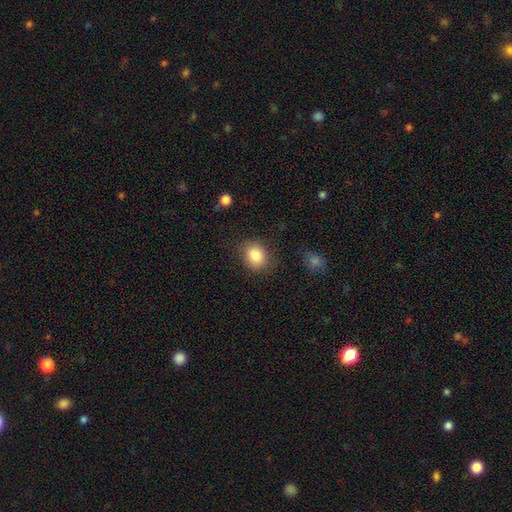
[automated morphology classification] Smooth or featured: smooth — 84% (star or artifact — 9%)
How rounded: round — 55% (in between — 44%)
Merging: none — 79% (minor disturbance — 14%)